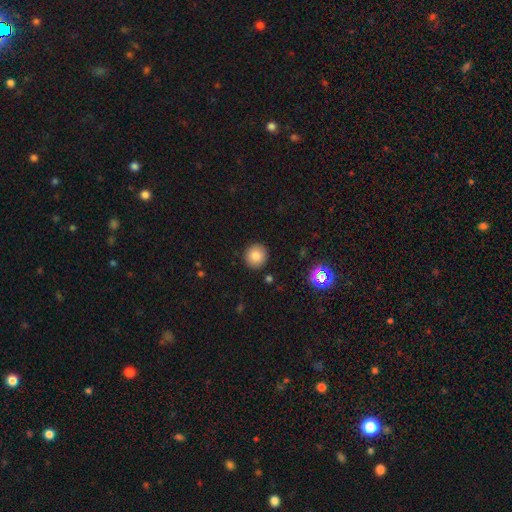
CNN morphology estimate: Overall: smooth (82%). How rounded: round (94%). Merging: none (91%).